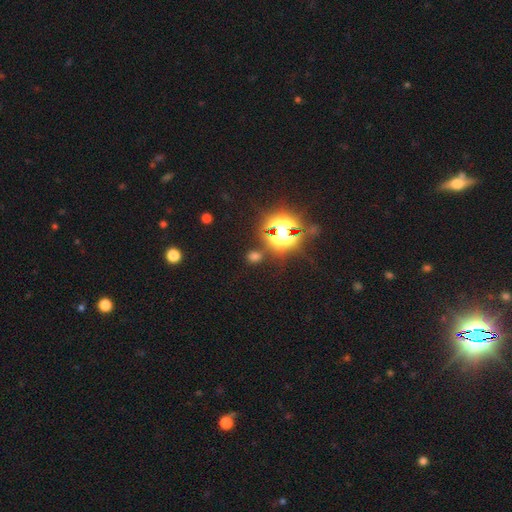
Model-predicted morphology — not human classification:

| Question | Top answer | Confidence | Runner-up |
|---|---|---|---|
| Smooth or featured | star or artifact | 69% | smooth (23%) |